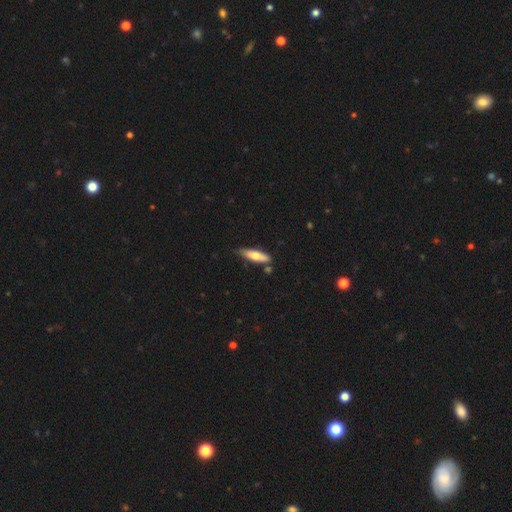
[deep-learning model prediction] Q: Smooth or featured?
A: smooth (64%); runner-up: featured or disk (30%)
Q: How rounded?
A: cigar-shaped (64%); runner-up: in between (34%)
Q: Merging?
A: none (71%); runner-up: minor disturbance (20%)